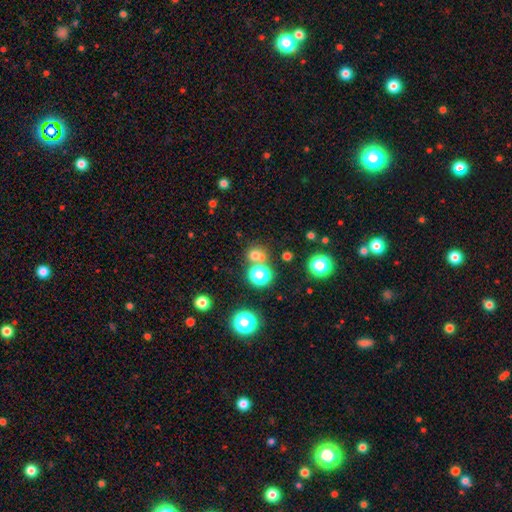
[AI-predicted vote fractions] A smooth galaxy with no disk features (65%) that is round (84%). Merging: none (62%).